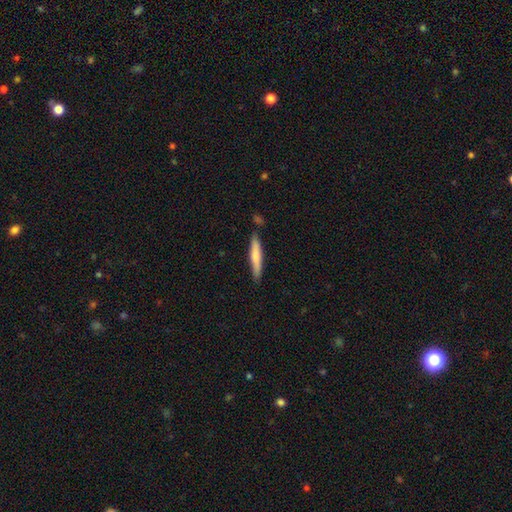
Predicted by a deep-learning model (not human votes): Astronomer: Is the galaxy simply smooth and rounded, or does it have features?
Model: smooth — 71%.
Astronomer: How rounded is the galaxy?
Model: cigar-shaped — 92%.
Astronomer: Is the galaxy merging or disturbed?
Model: none — 79%.